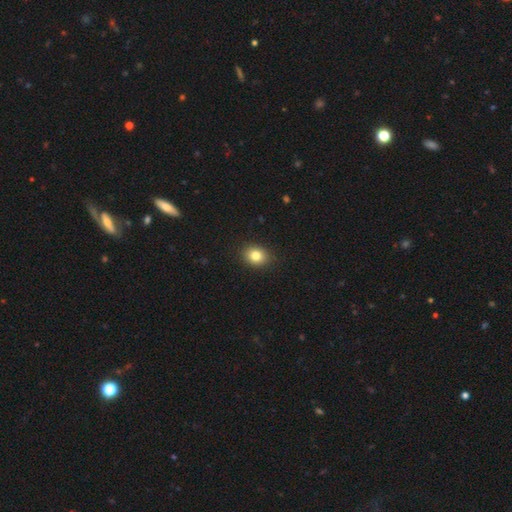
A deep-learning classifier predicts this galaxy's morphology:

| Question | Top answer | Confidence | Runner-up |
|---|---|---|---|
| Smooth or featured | smooth | 82% | star or artifact (11%) |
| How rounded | round | 57% | in between (42%) |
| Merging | none | 90% | minor disturbance (7%) |